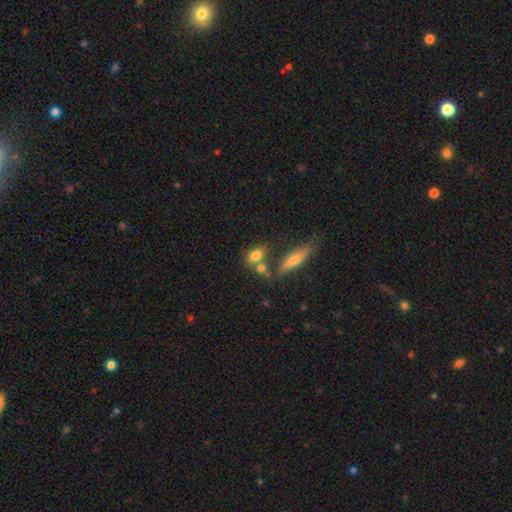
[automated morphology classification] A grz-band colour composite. It shows a smooth galaxy with no disk features (76%) that is in between round and cigar-shaped (68%). Merging: none (56%).